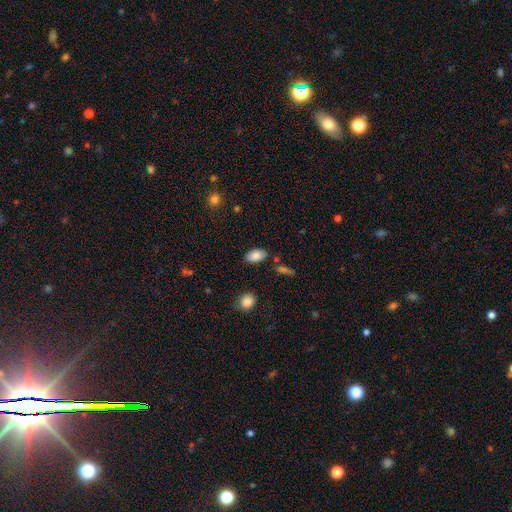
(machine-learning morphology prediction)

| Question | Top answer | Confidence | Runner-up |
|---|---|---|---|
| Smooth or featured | smooth | 85% | featured or disk (8%) |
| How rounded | in between | 94% | round (4%) |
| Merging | none | 83% | minor disturbance (11%) |